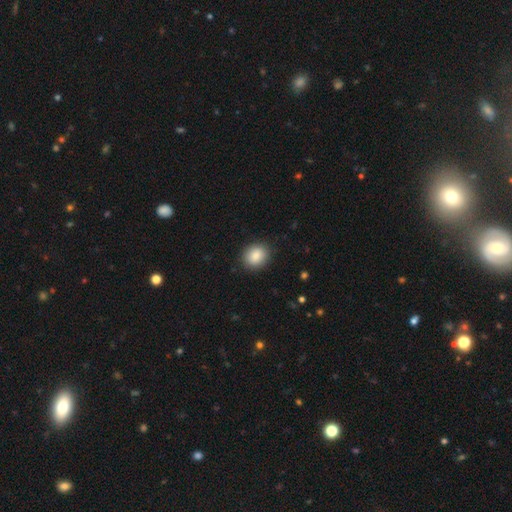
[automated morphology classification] Smooth or featured: smooth — 87% (star or artifact — 8%)
How rounded: round — 65% (in between — 34%)
Merging: none — 89% (minor disturbance — 8%)